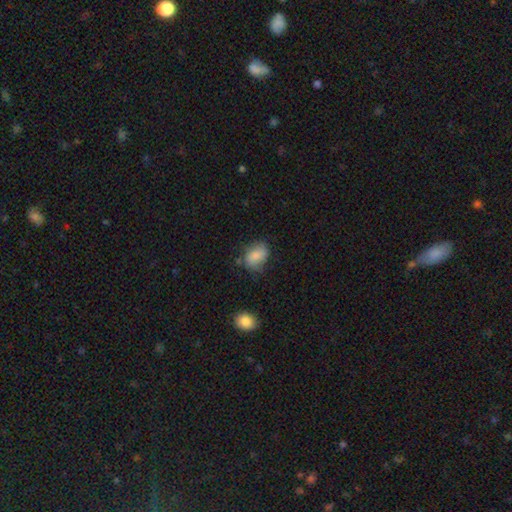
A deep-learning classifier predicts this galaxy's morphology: The model was most divided on "merging": none: 61%, minor disturbance: 27%, major disturbance: 8%, merger: 3%. More confident: smooth or featured — smooth (79%); how rounded — in between (71%).